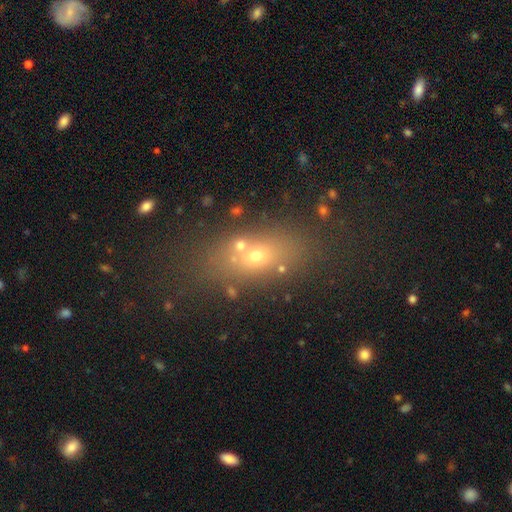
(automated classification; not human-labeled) Smooth or featured? Predicted: smooth (p=0.57). How rounded? Predicted: in between (p=0.68). Merging? Predicted: none (p=0.64).